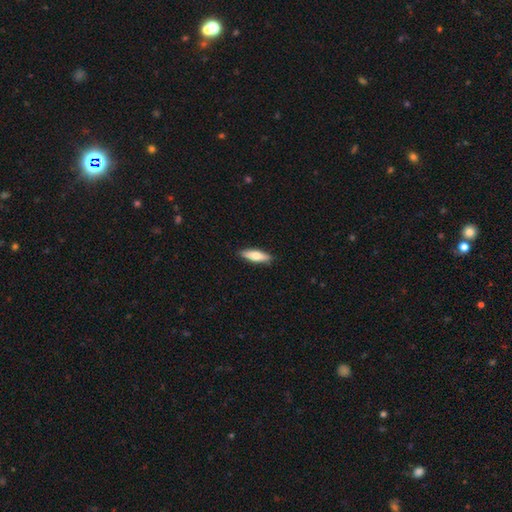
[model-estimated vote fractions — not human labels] Smooth or featured? Predicted: smooth (p=0.65). How rounded? Predicted: cigar-shaped (p=0.59). Merging? Predicted: none (p=0.89).